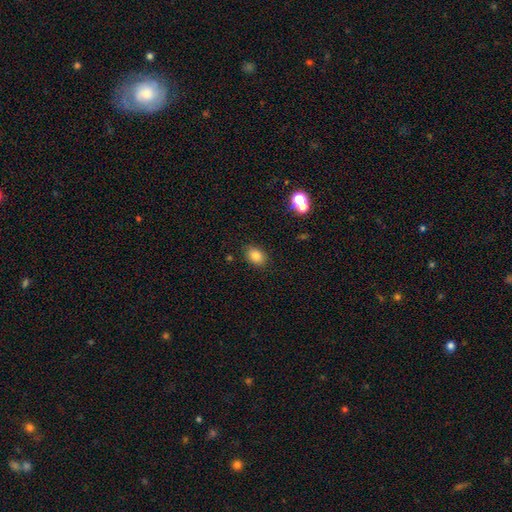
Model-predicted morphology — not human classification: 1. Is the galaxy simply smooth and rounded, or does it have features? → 83% smooth, 11% star or artifact, 6% featured or disk.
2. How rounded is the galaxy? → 76% in between, 23% round, 1% cigar-shaped.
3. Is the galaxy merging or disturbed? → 86% none, 9% minor disturbance, 3% major disturbance, 2% merger.